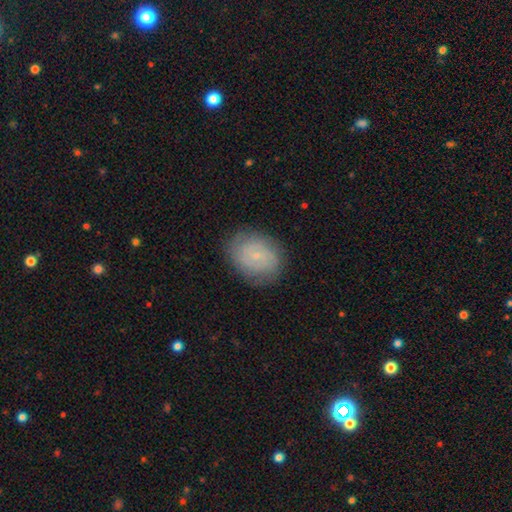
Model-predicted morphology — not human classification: A smooth galaxy with no disk features (47%). Merging: none (81%).